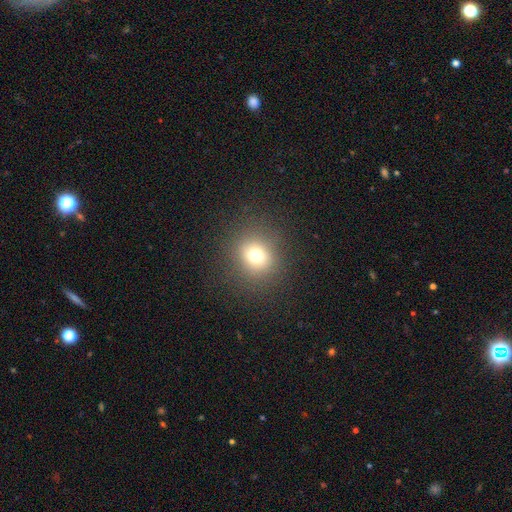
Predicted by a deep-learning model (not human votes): Smooth or featured: smooth — 71% (star or artifact — 19%)
How rounded: round — 86% (in between — 13%)
Merging: none — 87% (minor disturbance — 7%)